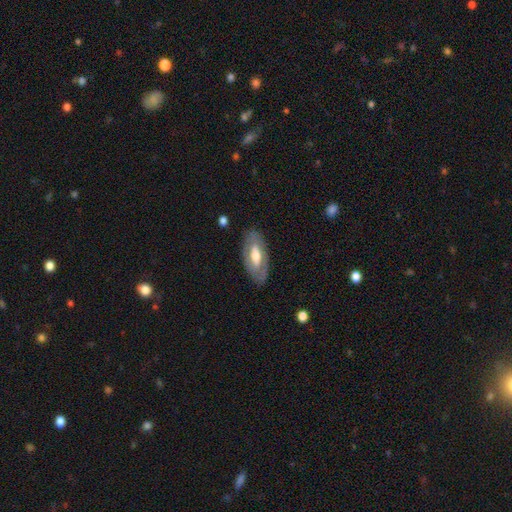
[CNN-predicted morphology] Smooth or featured: featured or disk — 56% (smooth — 39%)
Edge-on disk: no — 82% (yes — 18%)
Merging: none — 82% (minor disturbance — 13%)